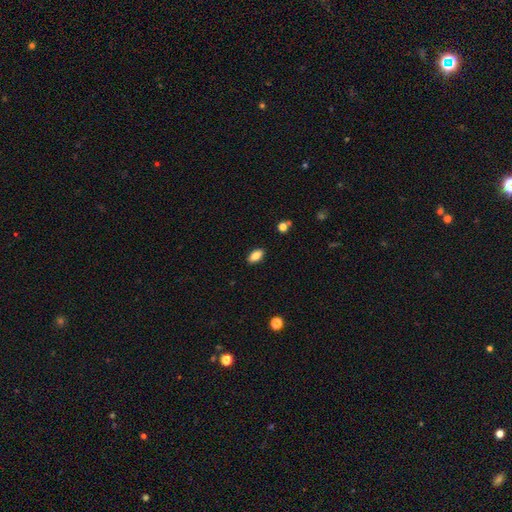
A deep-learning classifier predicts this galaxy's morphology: type=smooth (82%); roundness=in between (90%); merging=none (89%).